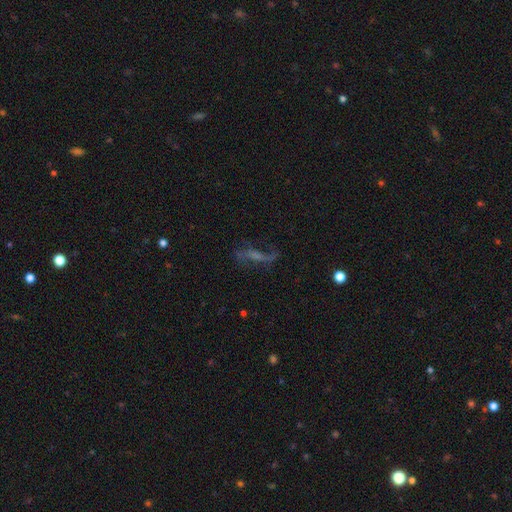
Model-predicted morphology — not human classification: smooth_or_featured: featured or disk (p=0.65) [alt: smooth p=0.19]
disk_edge_on: no (p=0.77) [alt: yes p=0.23]
merging: none (p=0.59) [alt: major disturbance p=0.19]